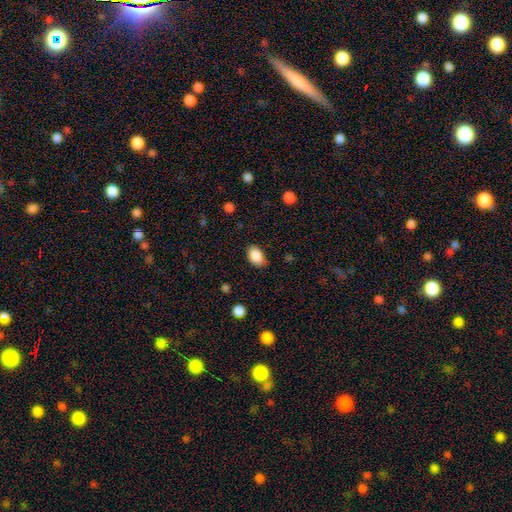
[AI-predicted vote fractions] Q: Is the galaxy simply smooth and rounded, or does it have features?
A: smooth — 88%.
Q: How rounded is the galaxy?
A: in between — 84%.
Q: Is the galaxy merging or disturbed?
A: none — 79%.